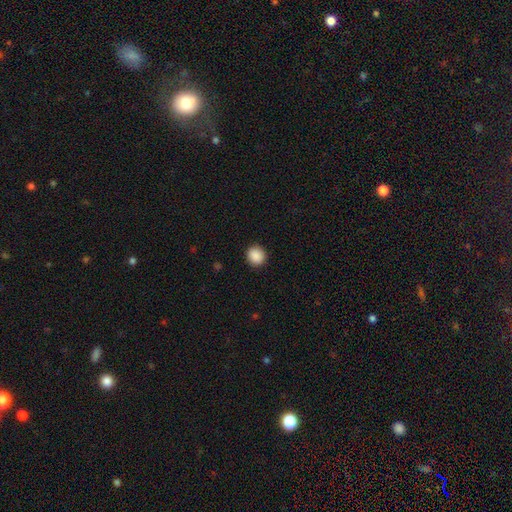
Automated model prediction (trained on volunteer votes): Smooth or featured? smooth (89%)
How rounded? round (85%)
Merging? none (91%)